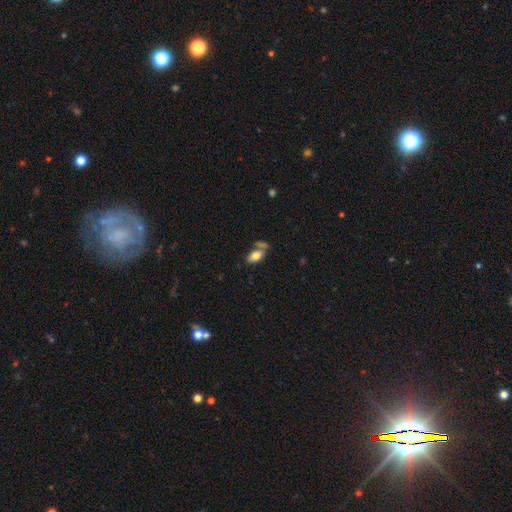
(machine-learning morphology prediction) Overall: smooth (78%). How rounded: in between (92%). Merging: none (56%; merger 24%).